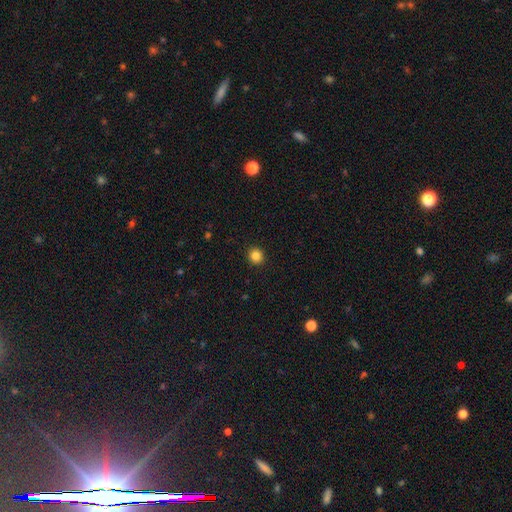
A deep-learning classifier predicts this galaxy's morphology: Q: Smooth or featured?
A: smooth (85%); runner-up: star or artifact (11%)
Q: How rounded?
A: round (91%); runner-up: in between (8%)
Q: Merging?
A: none (93%); runner-up: minor disturbance (5%)